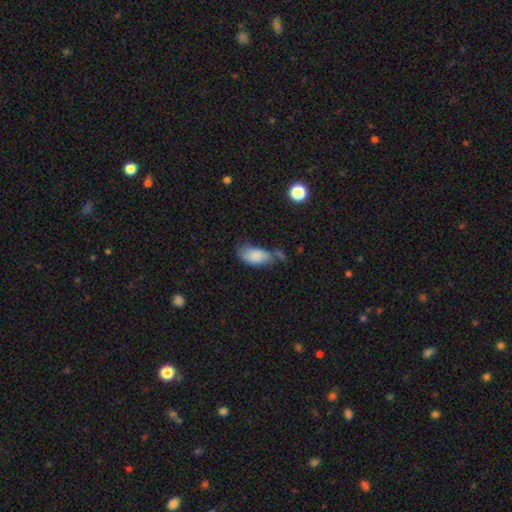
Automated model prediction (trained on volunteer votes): This appears to be a smooth galaxy with no disk features (82%) that is in between round and cigar-shaped (93%). Merging: none (41%).